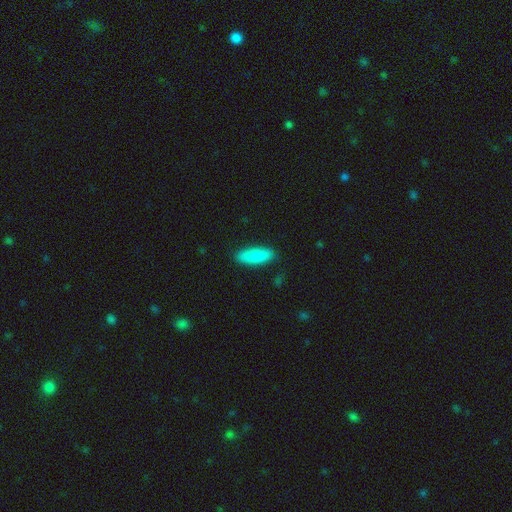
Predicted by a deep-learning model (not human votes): The model was most divided on "how rounded": in between: 60%, cigar-shaped: 38%, round: 2%. More confident: smooth or featured — smooth (88%); merging — none (86%).